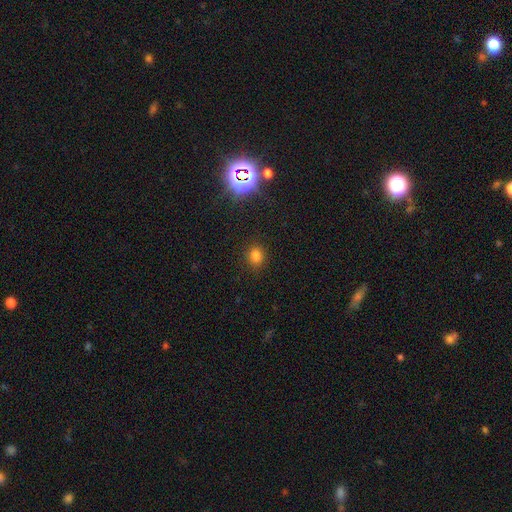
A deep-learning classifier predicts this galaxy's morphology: Smooth or featured? smooth (75%)
How rounded? round (68%)
Merging? none (88%)